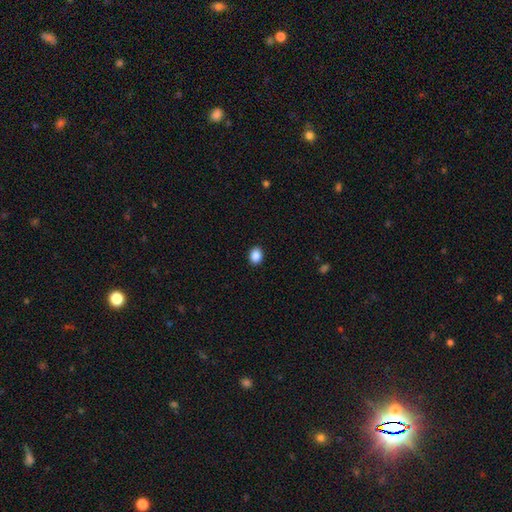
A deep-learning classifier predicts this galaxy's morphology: A smooth galaxy with no disk features (88%) that is in between round and cigar-shaped (51%).

Vote fractions:
- Smooth or featured? smooth: 88% / star or artifact: 9% / featured or disk: 3%
- How rounded? in between: 51% / round: 48% / cigar-shaped: 1%
- Merging? none: 91% / minor disturbance: 6% / major disturbance: 2% / merger: 1%